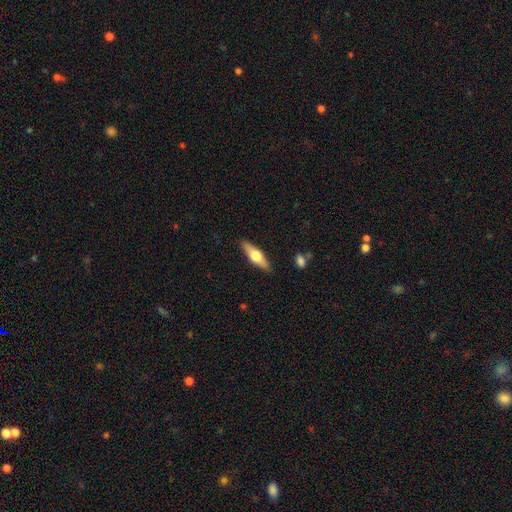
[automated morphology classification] Overall: featured or disk (52%; smooth 42%). Edge-on disk: yes (91%). Merging: none (88%).